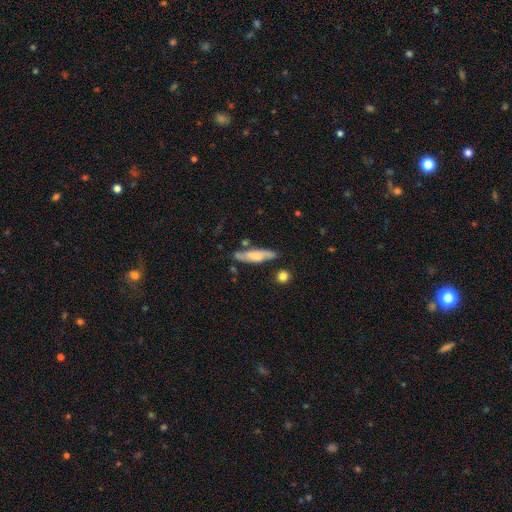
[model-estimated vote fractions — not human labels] Morphology: type=smooth (53%); roundness=cigar-shaped (70%); merging=none (74%).